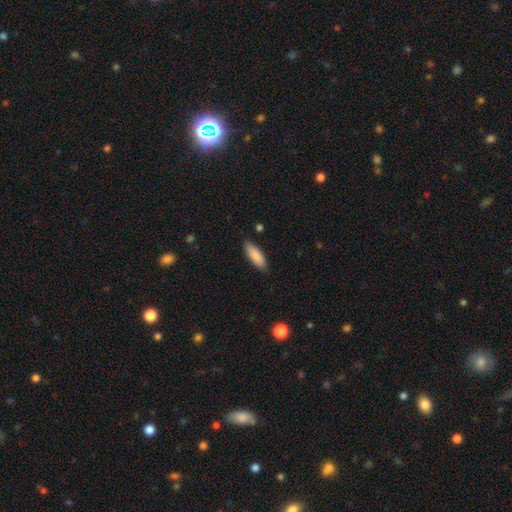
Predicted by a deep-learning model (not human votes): The model was most divided on "how rounded": in between: 69%, cigar-shaped: 29%, round: 2%. More confident: smooth or featured — smooth (88%); merging — none (86%).